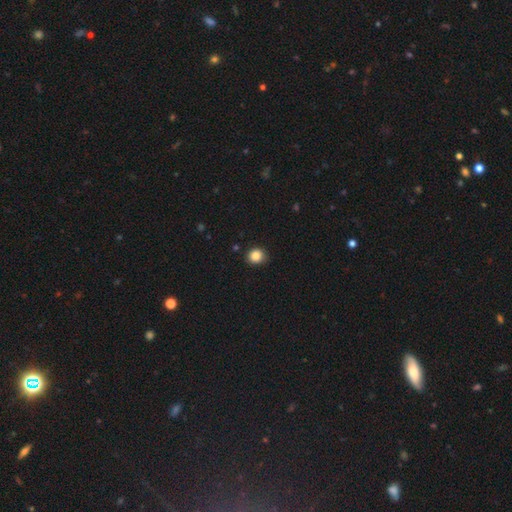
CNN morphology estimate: This is clearly a smooth galaxy (85%). How rounded: clearly round (82%). Merging: clearly none (86%).